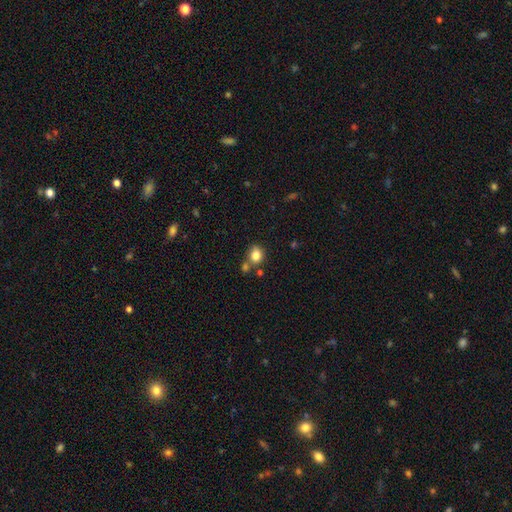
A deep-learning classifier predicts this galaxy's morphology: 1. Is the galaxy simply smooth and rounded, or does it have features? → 82% smooth, 11% star or artifact, 7% featured or disk.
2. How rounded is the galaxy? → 66% round, 33% in between, 1% cigar-shaped.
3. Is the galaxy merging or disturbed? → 62% none, 21% merger, 14% minor disturbance, 4% major disturbance.